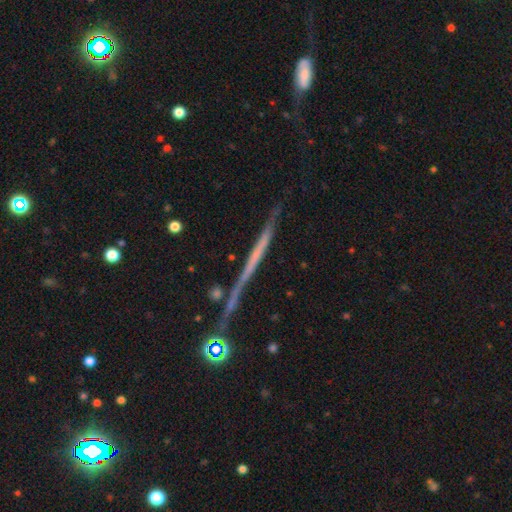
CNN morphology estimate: A featured or disk galaxy (61%) viewed edge-on (96%) with no central bulge (89%).

Vote fractions:
- Smooth or featured? featured or disk: 61% / smooth: 26% / star or artifact: 12%
- Edge-on disk? yes: 96% / no: 4%
- Edge-on bulge? none: 89% / rounded: 6% / boxy: 5%
- Merging? none: 81% / minor disturbance: 11% / merger: 4% / major disturbance: 4%